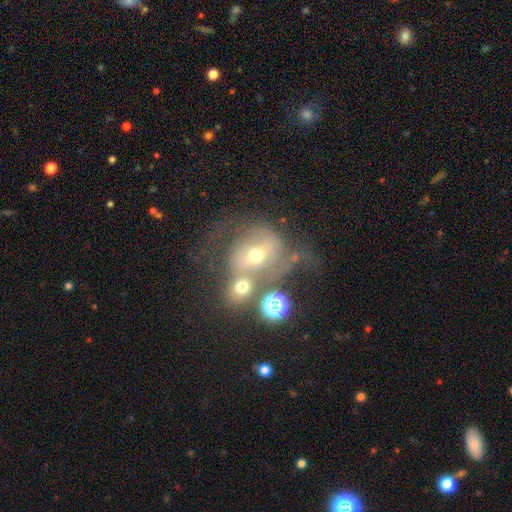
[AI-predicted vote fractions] Smooth or featured: featured or disk — 50% (smooth — 35%)
Edge-on disk: no — 95% (yes — 5%)
Merging: merger — 37% (none — 27%)